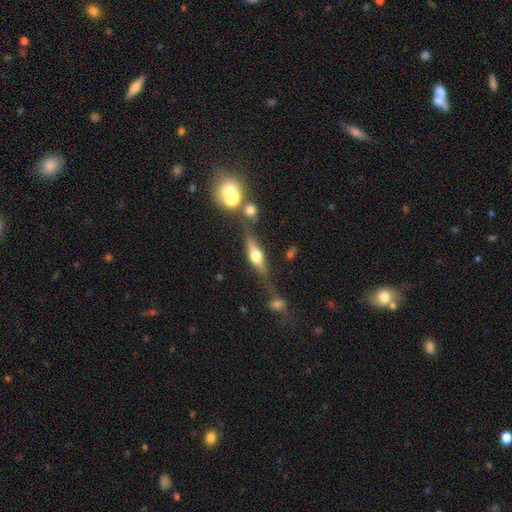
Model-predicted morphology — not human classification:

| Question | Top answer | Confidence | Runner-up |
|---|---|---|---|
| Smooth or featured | featured or disk | 58% | smooth (34%) |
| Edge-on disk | yes | 90% | no (10%) |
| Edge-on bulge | rounded | 92% | boxy (6%) |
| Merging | none | 65% | minor disturbance (17%) |